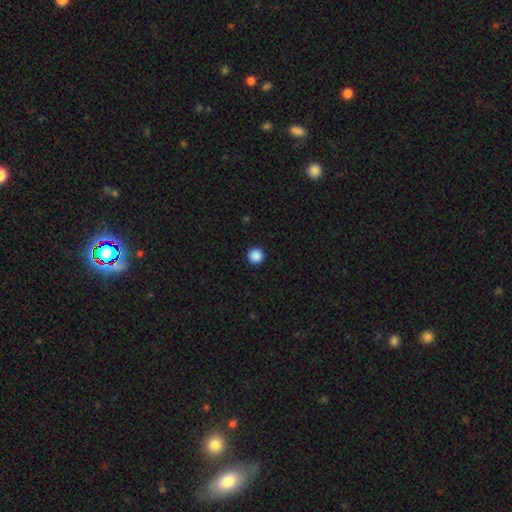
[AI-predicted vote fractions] smooth-or-featured: smooth: 89% | star or artifact: 9% | featured or disk: 2%
  how-rounded: round: 96% | in between: 3% | cigar-shaped: 1%
  merging: none: 94% | minor disturbance: 4% | major disturbance: 2% | merger: 1%